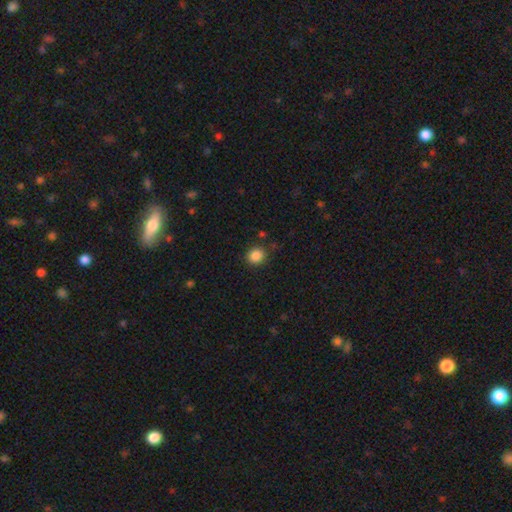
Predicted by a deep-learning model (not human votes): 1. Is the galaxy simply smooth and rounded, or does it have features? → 86% smooth, 10% star or artifact, 3% featured or disk.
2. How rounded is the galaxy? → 82% round, 17% in between, 1% cigar-shaped.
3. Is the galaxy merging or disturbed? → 84% none, 10% minor disturbance, 3% major disturbance, 2% merger.